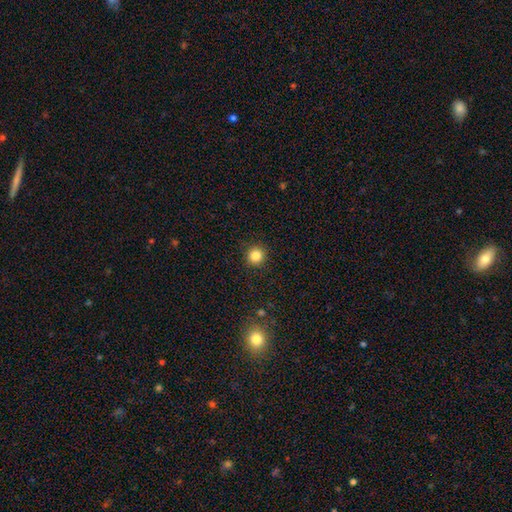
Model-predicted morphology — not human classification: smooth_or_featured: smooth (p=0.84) [alt: star or artifact p=0.12]
how_rounded: round (p=0.94) [alt: in between p=0.05]
merging: none (p=0.91) [alt: minor disturbance p=0.06]